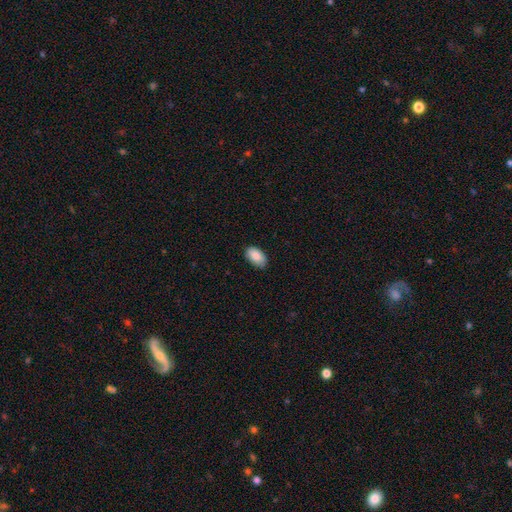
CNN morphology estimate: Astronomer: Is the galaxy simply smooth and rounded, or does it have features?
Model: smooth — 88%.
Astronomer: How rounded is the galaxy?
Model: in between — 94%.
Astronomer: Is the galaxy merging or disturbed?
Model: none — 84%.